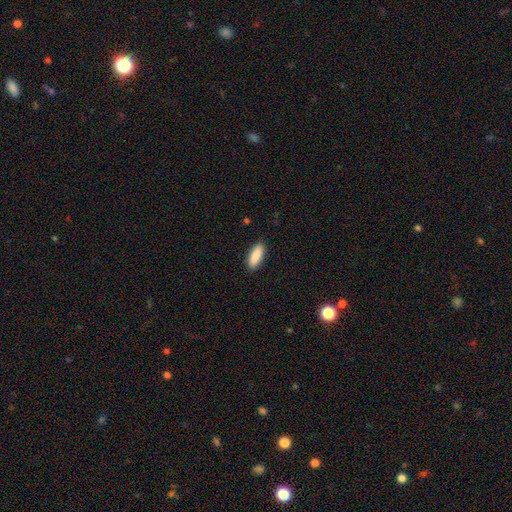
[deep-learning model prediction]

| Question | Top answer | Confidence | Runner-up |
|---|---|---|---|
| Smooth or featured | smooth | 89% | star or artifact (6%) |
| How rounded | in between | 69% | cigar-shaped (30%) |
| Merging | none | 89% | minor disturbance (8%) |